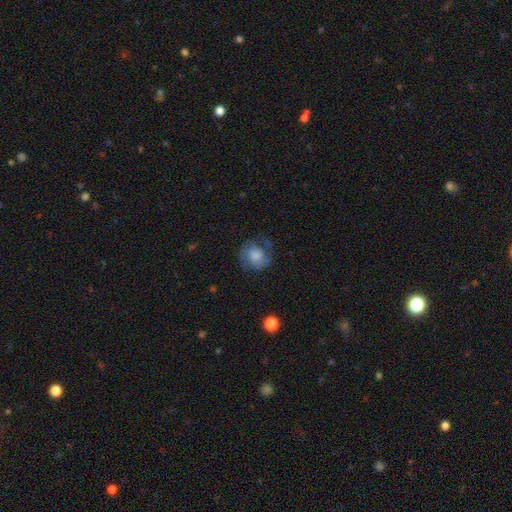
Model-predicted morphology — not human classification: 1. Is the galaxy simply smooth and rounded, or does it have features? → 60% smooth, 31% featured or disk, 9% star or artifact.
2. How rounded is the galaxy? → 73% round, 26% in between, 1% cigar-shaped.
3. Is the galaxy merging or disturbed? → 56% none, 25% minor disturbance, 17% major disturbance, 2% merger.